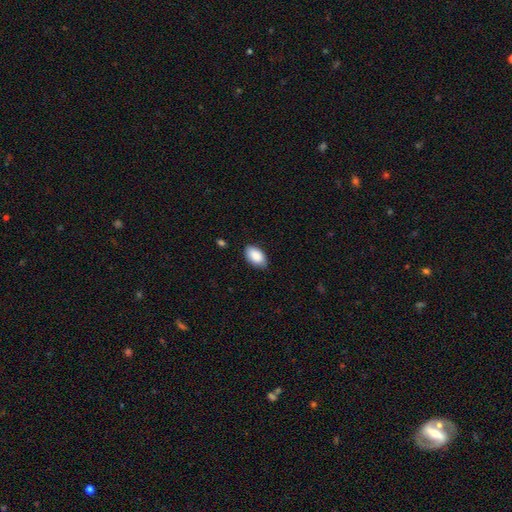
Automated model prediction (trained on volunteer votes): Overall: smooth (89%). How rounded: in between (94%). Merging: none (83%).